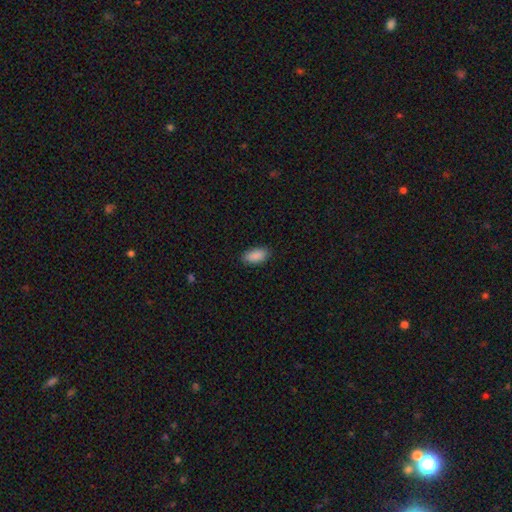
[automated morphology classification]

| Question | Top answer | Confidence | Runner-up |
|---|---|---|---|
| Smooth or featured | smooth | 90% | star or artifact (7%) |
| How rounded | in between | 93% | cigar-shaped (5%) |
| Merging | none | 87% | minor disturbance (10%) |